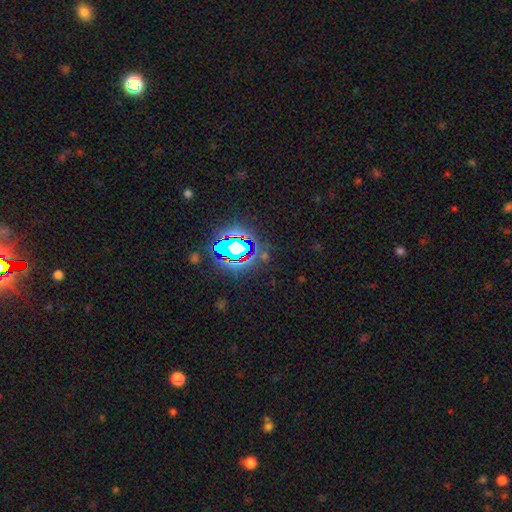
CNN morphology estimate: Q: Smooth or featured?
A: star or artifact (81%); runner-up: smooth (11%)